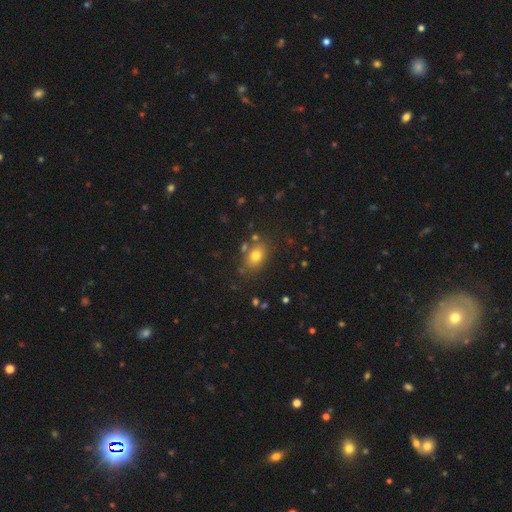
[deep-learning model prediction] Overall: smooth (76%). How rounded: in between (70%). Merging: none (76%).